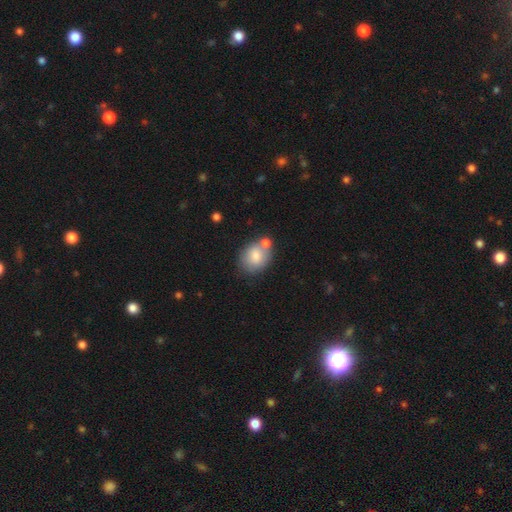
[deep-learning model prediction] The model was most divided on "how rounded": round: 50%, in between: 49%, cigar-shaped: 1%. More confident: smooth or featured — smooth (79%); merging — none (52%).